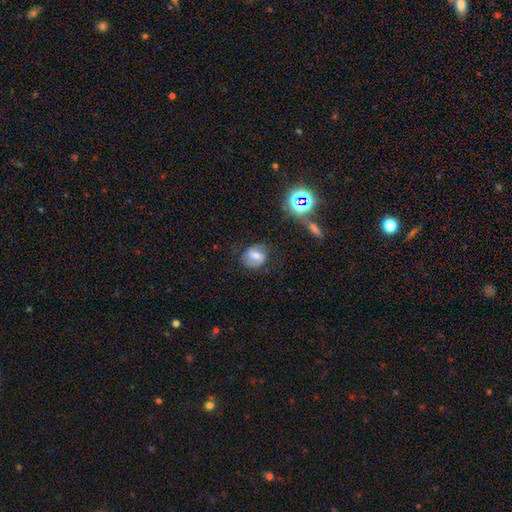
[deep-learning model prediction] smooth_or_featured: featured or disk (p=0.47) [alt: smooth p=0.41]
merging: none (p=0.74) [alt: minor disturbance p=0.18]